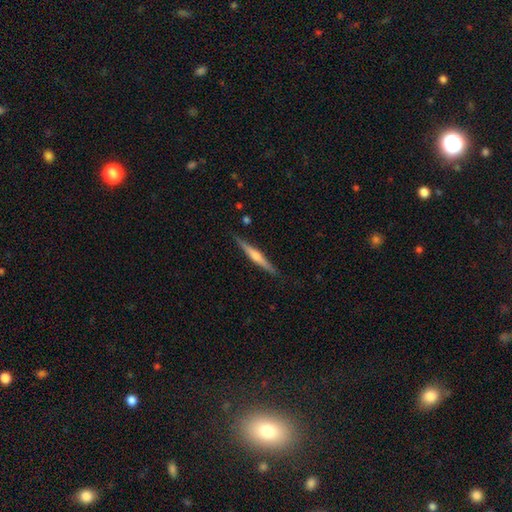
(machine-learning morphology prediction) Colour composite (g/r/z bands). It shows a featured or disk galaxy (71%) viewed edge-on (98%) with a rounded central bulge (83%). Merging: none (89%).